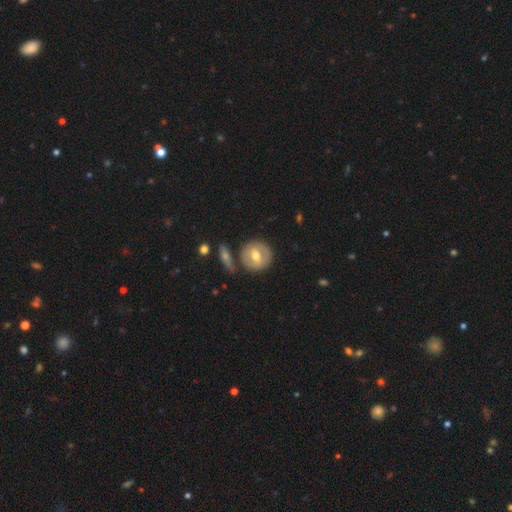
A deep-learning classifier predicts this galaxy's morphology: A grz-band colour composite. It shows a smooth galaxy with no disk features (53%) that is round (89%). Merging: none (77%).